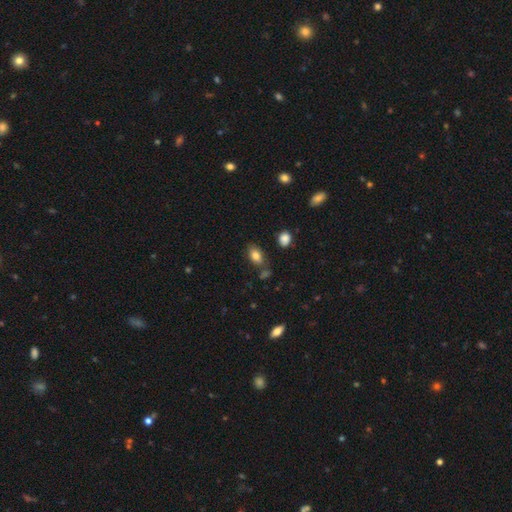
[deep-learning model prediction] Smooth or featured: smooth — 83% (star or artifact — 9%)
How rounded: in between — 87% (round — 11%)
Merging: none — 74% (minor disturbance — 14%)